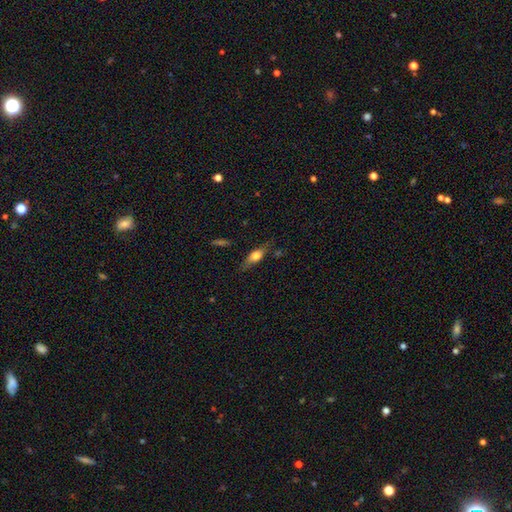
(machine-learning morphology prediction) smooth-or-featured: smooth: 55% | featured or disk: 37% | star or artifact: 8%
  how-rounded: in between: 55% | cigar-shaped: 39% | round: 5%
  merging: none: 70% | minor disturbance: 21% | major disturbance: 6% | merger: 3%